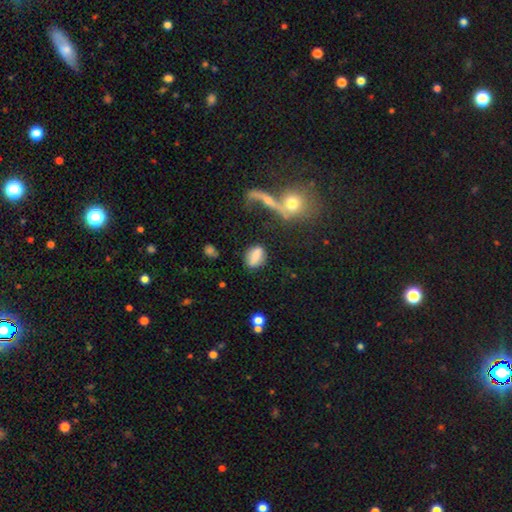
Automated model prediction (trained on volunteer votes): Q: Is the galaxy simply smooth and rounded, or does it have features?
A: smooth — 73%.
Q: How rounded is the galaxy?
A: in between — 77%.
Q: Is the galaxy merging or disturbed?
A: none — 69%.